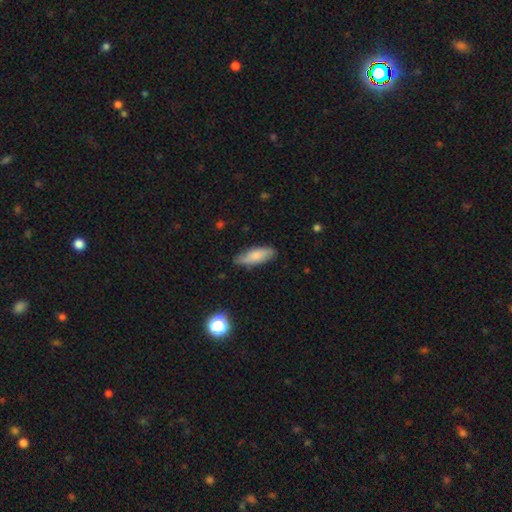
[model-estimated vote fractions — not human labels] Morphology: type=smooth (76%); roundness=in between (61%); merging=none (78%).